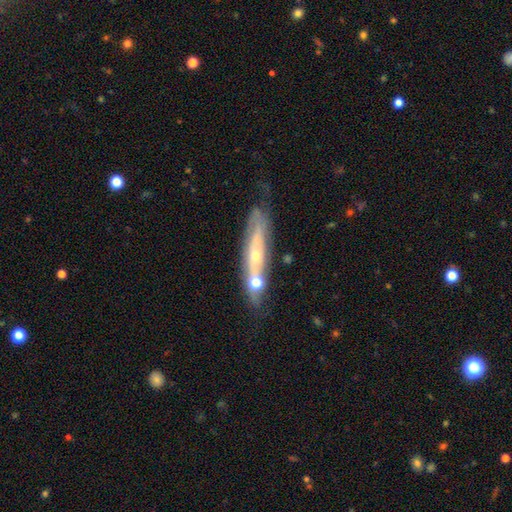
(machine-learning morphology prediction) Smooth or featured?
  - featured or disk: 66% *
  - smooth: 25%
  - star or artifact: 9%
Edge-on disk?
  - no: 55% *
  - yes: 45%
Merging?
  - none: 54% *
  - minor disturbance: 21%
  - merger: 17%
  - major disturbance: 8%